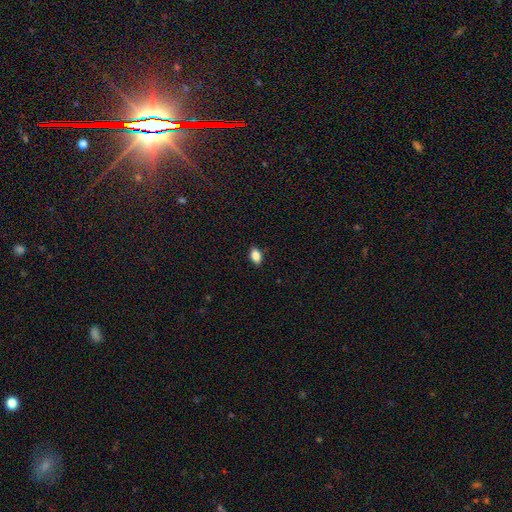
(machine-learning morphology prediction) A smooth galaxy with no disk features (85%) that is in between round and cigar-shaped (87%). Merging: none (87%).